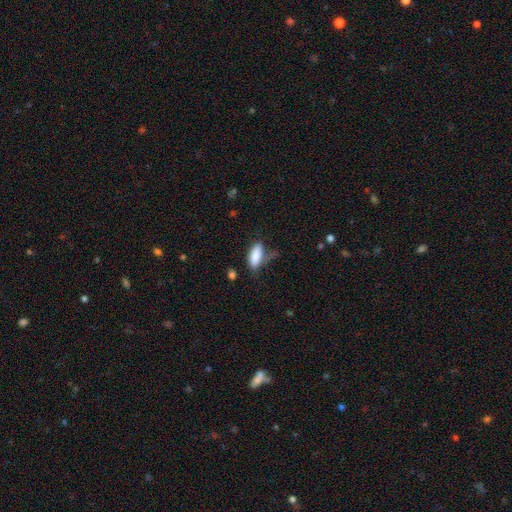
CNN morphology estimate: This is clearly a smooth galaxy (84%). How rounded: clearly in between (82%). Merging: possibly none (50%).